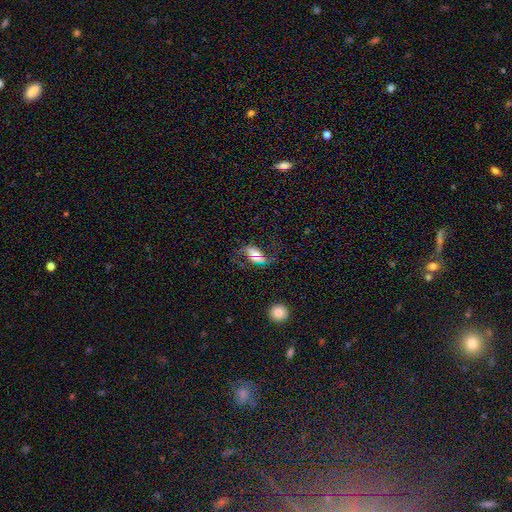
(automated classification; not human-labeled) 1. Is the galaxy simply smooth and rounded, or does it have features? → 61% featured or disk, 28% smooth, 11% star or artifact.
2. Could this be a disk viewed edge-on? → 86% no, 14% yes.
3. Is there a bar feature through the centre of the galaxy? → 45% no, 30% weak, 25% strong.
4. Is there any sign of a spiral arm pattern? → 76% yes, 24% no.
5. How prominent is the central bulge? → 59% moderate, 23% small, 12% large, 3% none, 3% dominant.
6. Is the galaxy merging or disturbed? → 57% none, 20% major disturbance, 19% minor disturbance, 5% merger.